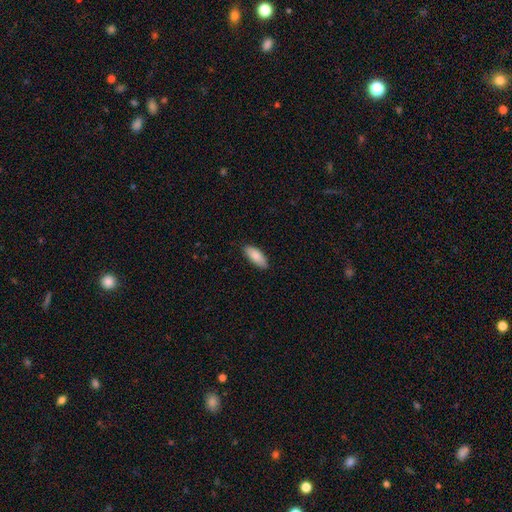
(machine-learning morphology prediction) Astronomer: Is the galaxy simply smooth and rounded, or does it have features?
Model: smooth — 87%.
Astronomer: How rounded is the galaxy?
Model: in between — 79%.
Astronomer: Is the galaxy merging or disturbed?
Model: none — 86%.